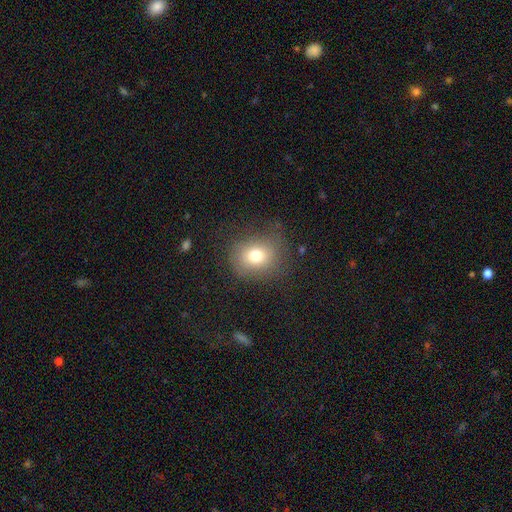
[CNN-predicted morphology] This is likely a smooth galaxy (74%). How rounded: likely round (70%). Merging: likely none (73%).